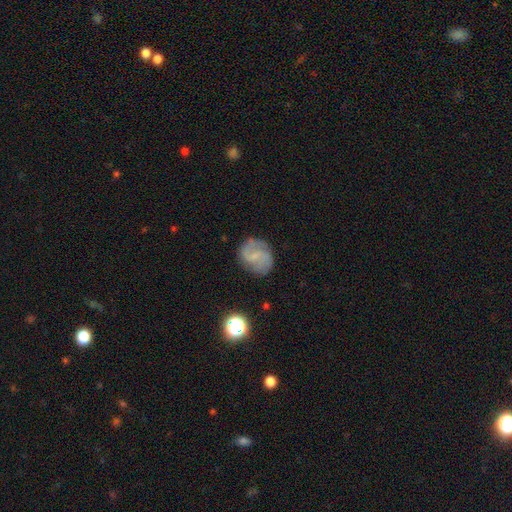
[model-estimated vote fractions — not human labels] smooth_or_featured: featured or disk (p=0.73) [alt: smooth p=0.20]
disk_edge_on: no (p=0.98) [alt: yes p=0.02]
bar: weak (p=0.52) [alt: no p=0.35]
has_spiral_arms: yes (p=0.94) [alt: no p=0.06]
spiral_winding: medium (p=0.50) [alt: loose p=0.27]
spiral_arm_count: 2 (p=0.75) [alt: can't tell p=0.11]
bulge_size: small (p=0.59) [alt: none p=0.27]
merging: none (p=0.77) [alt: minor disturbance p=0.15]